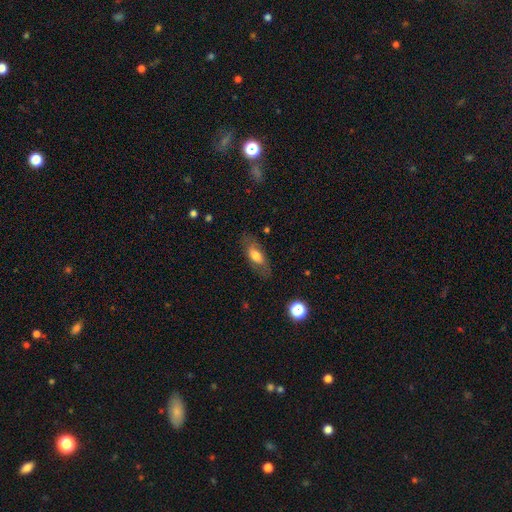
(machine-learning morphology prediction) Smooth or featured? Predicted: smooth (p=0.60). How rounded? Predicted: in between (p=0.82). Merging? Predicted: none (p=0.75).